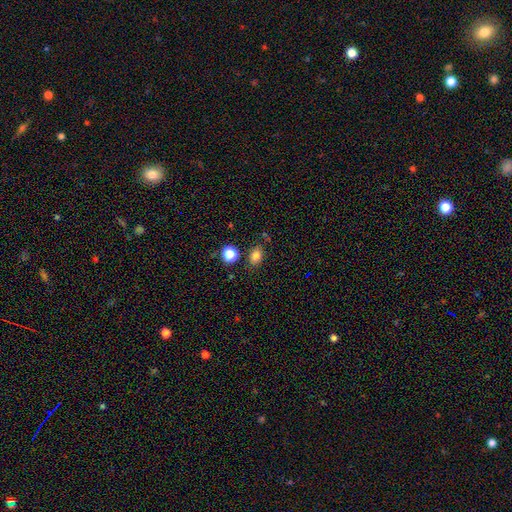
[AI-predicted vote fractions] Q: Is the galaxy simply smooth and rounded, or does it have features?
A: smooth — 82%.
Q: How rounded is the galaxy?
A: in between — 70%.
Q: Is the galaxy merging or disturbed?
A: none — 78%.